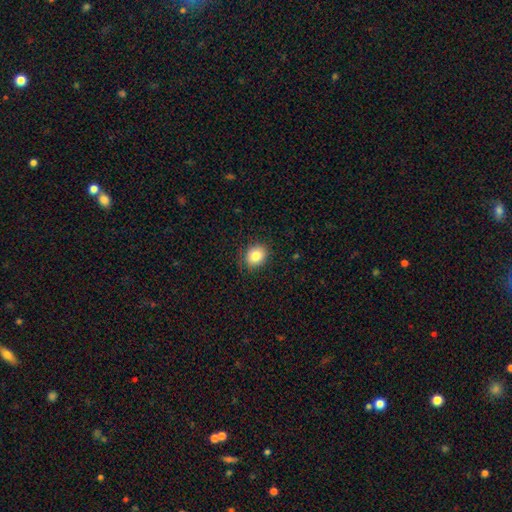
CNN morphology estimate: The model was most divided on "how rounded": round: 63%, in between: 36%, cigar-shaped: 1%. More confident: merging — none (85%); smooth or featured — smooth (83%).